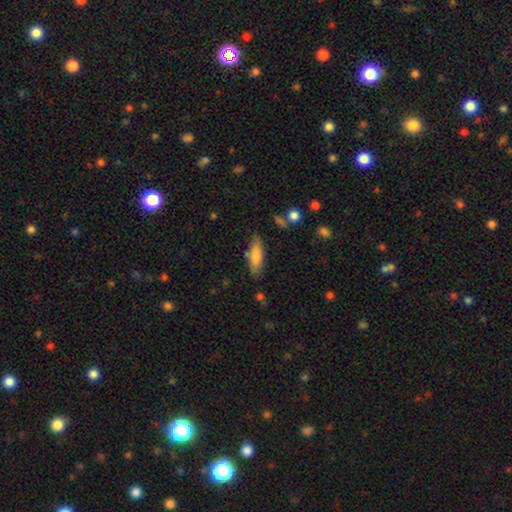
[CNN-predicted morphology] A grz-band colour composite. It shows a smooth galaxy with no disk features (76%) that is cigar-shaped (54%). Merging: none (77%).